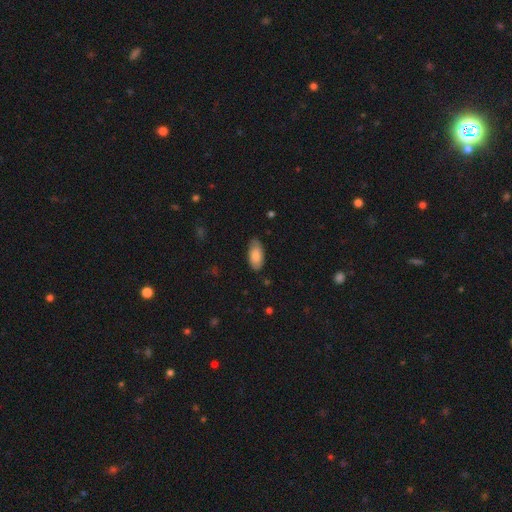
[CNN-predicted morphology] Smooth or featured? Predicted: smooth (p=0.83). How rounded? Predicted: in between (p=0.93). Merging? Predicted: none (p=0.79).